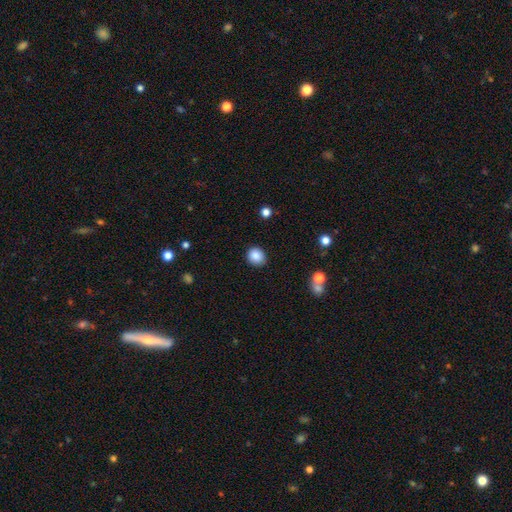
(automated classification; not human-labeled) The model was most divided on "how rounded": round: 79%, in between: 20%, cigar-shaped: 1%. More confident: merging — none (88%); smooth or featured — smooth (87%).